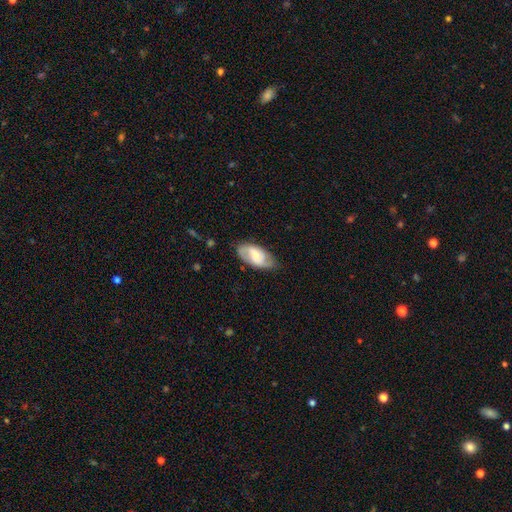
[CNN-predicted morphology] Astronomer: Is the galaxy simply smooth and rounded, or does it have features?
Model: featured or disk — 57% (runner-up: smooth, 38%).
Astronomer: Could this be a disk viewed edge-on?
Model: no — 93%.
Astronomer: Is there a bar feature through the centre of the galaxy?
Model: weak — 49% (runner-up: no, 31%).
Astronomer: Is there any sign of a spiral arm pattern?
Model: yes — 83%.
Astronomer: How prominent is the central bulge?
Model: moderate — 47% (runner-up: small, 39%).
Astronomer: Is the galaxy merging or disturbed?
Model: none — 72%.